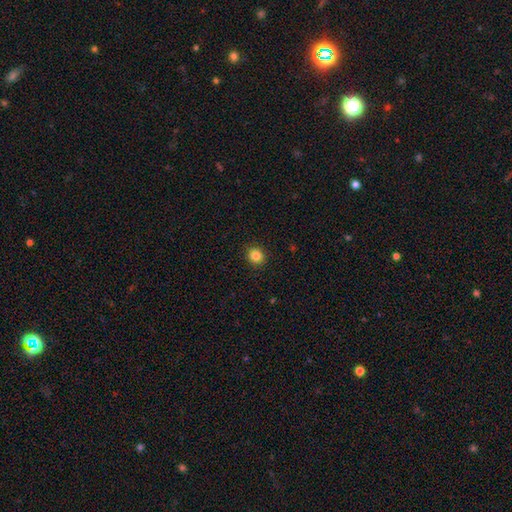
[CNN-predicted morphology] Q: Smooth or featured?
A: smooth (84%); runner-up: star or artifact (11%)
Q: How rounded?
A: round (85%); runner-up: in between (14%)
Q: Merging?
A: none (92%); runner-up: minor disturbance (6%)